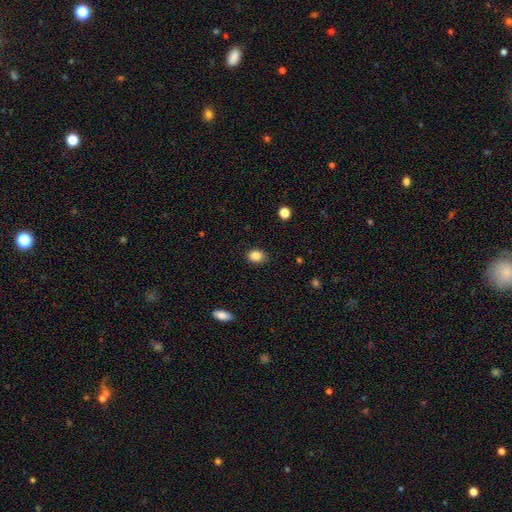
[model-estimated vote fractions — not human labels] Morphology: type=smooth (86%); roundness=in between (60%); merging=none (84%).